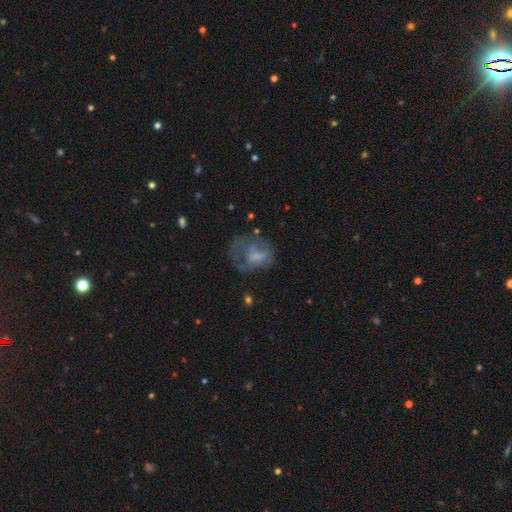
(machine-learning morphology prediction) featured or disk 45%, smooth 43%, star or artifact 13%. Down the decision tree: merging — major disturbance (38%).